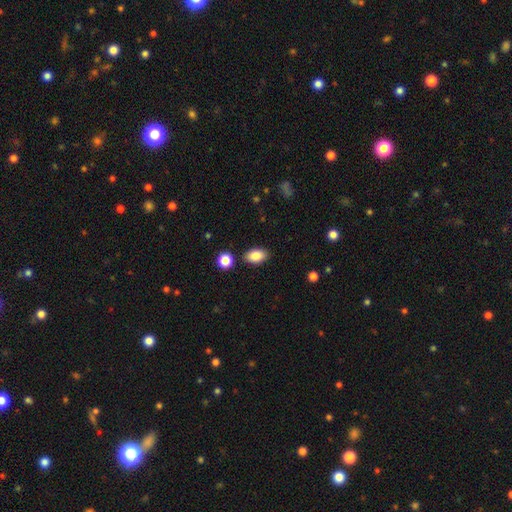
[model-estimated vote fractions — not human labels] A smooth galaxy with no disk features (86%) that is in between round and cigar-shaped (89%).

Vote fractions:
- Smooth or featured? smooth: 86% / star or artifact: 8% / featured or disk: 6%
- How rounded? in between: 89% / round: 10% / cigar-shaped: 2%
- Merging? none: 86% / minor disturbance: 9% / merger: 3% / major disturbance: 2%